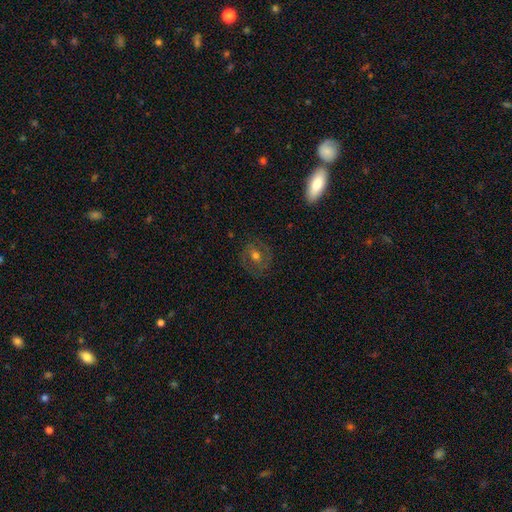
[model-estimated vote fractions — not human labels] This appears to be a featured or disk galaxy (48%). Merging: none (80%).